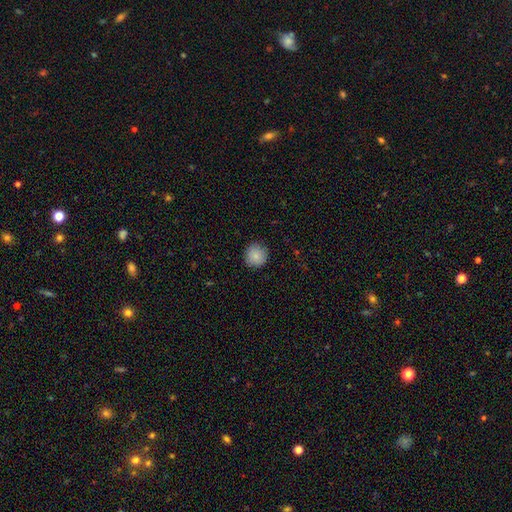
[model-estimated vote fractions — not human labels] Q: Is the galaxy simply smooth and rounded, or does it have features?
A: smooth — 86%.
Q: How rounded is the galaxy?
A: round — 94%.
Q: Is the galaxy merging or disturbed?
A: none — 88%.